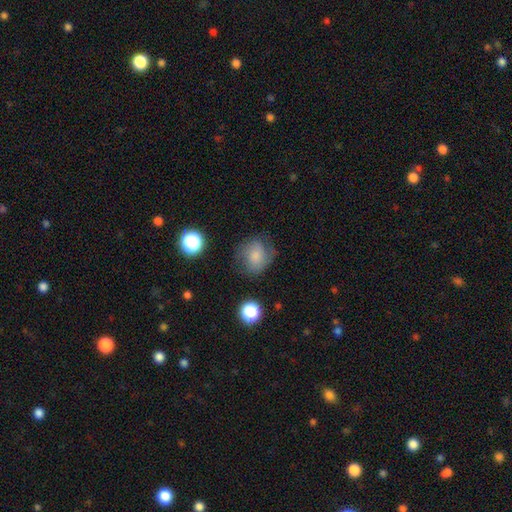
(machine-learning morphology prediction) Smooth or featured? Predicted: smooth (p=0.69). How rounded? Predicted: round (p=0.66). Merging? Predicted: none (p=0.62).